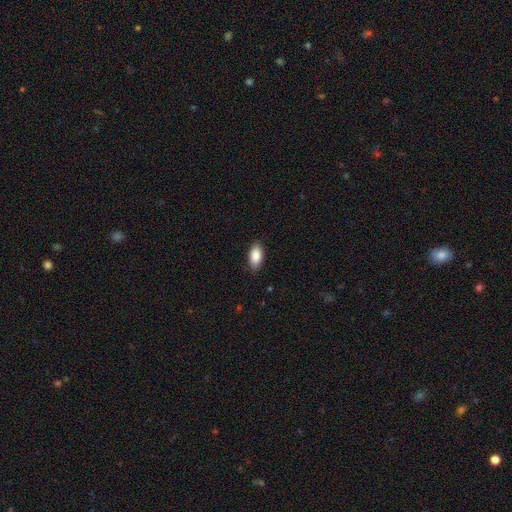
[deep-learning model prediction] Overall: smooth (88%). How rounded: in between (91%). Merging: none (87%).